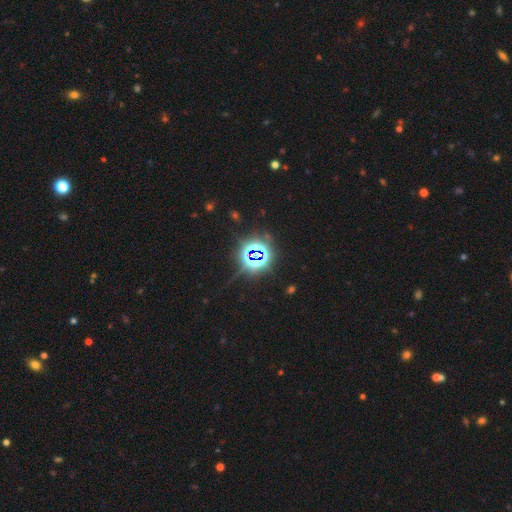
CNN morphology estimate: The model was most divided on "smooth or featured": star or artifact: 80%, smooth: 12%, featured or disk: 8%.